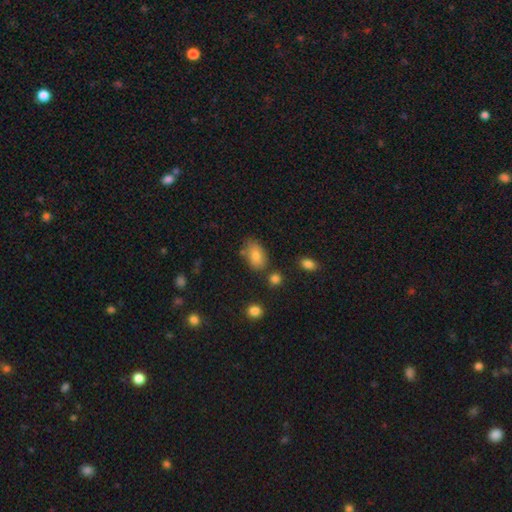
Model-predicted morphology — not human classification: A smooth galaxy with no disk features (82%) that is in between round and cigar-shaped (90%). Merging: none (69%).